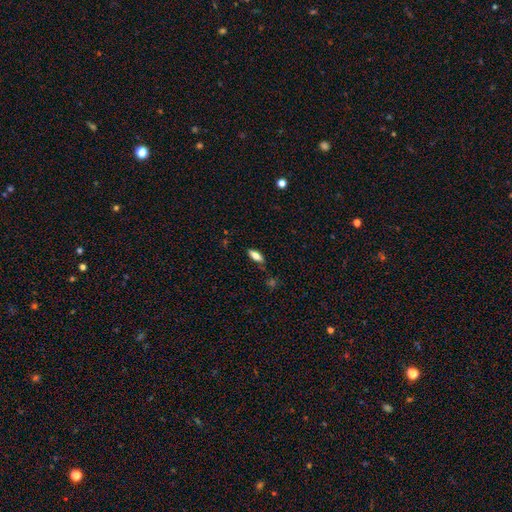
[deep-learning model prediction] This is likely a smooth galaxy (75%). How rounded: likely in between (73%). Merging: clearly none (81%).